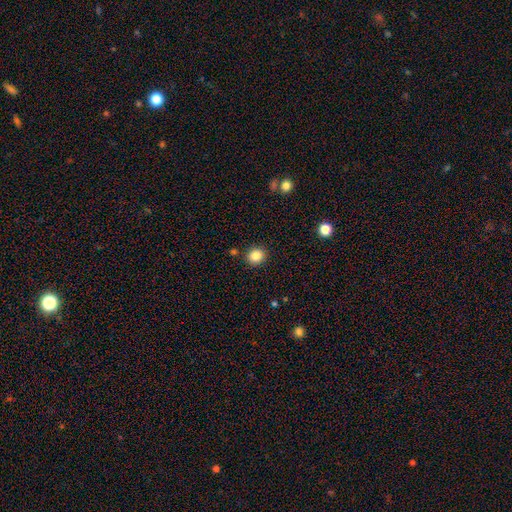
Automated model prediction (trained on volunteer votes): Smooth or featured? Predicted: smooth (p=0.85). How rounded? Predicted: round (p=0.86). Merging? Predicted: none (p=0.89).